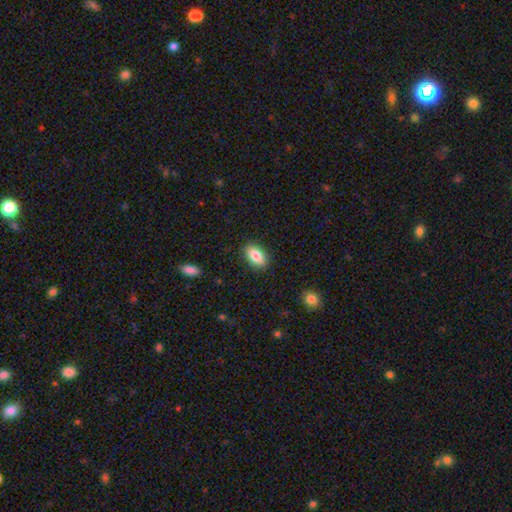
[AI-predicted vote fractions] Smooth or featured? smooth (84%)
How rounded? in between (91%)
Merging? none (88%)